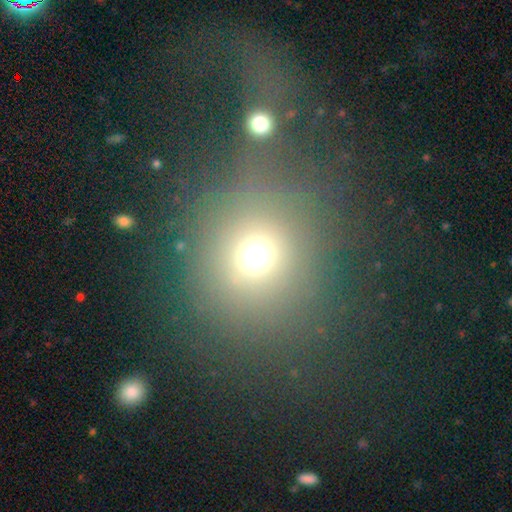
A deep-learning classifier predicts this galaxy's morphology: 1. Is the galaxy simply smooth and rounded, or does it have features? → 68% smooth, 24% star or artifact, 9% featured or disk.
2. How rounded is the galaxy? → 87% round, 12% in between, 1% cigar-shaped.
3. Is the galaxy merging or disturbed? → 74% none, 10% merger, 9% minor disturbance, 8% major disturbance.